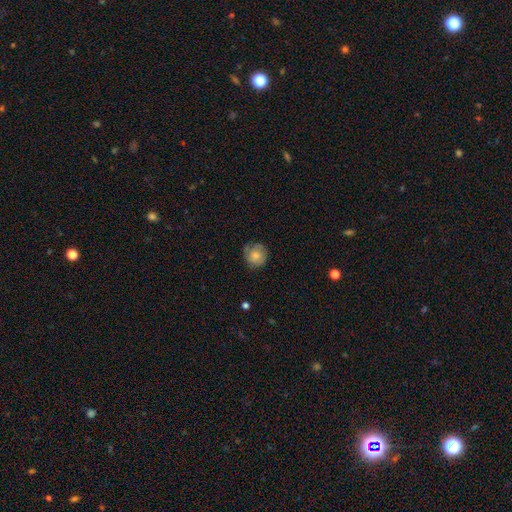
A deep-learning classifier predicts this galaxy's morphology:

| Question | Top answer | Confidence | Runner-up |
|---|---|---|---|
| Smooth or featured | smooth | 73% | featured or disk (20%) |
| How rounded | round | 90% | in between (9%) |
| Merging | none | 72% | minor disturbance (22%) |